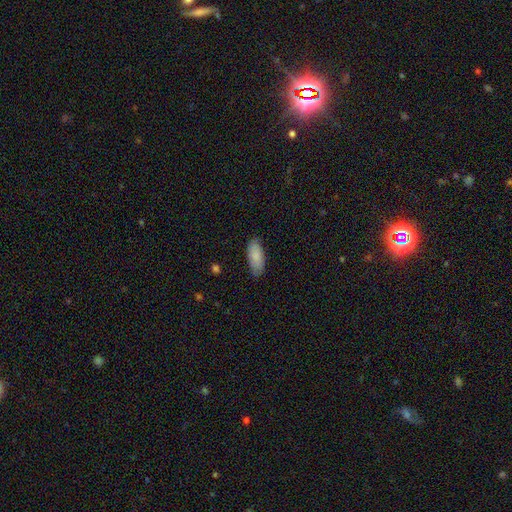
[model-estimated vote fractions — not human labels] Smooth or featured?
  - smooth: 87% *
  - featured or disk: 8%
  - star or artifact: 6%
How rounded?
  - in between: 83% *
  - cigar-shaped: 16%
  - round: 2%
Merging?
  - none: 81% *
  - minor disturbance: 15%
  - major disturbance: 3%
  - merger: 1%